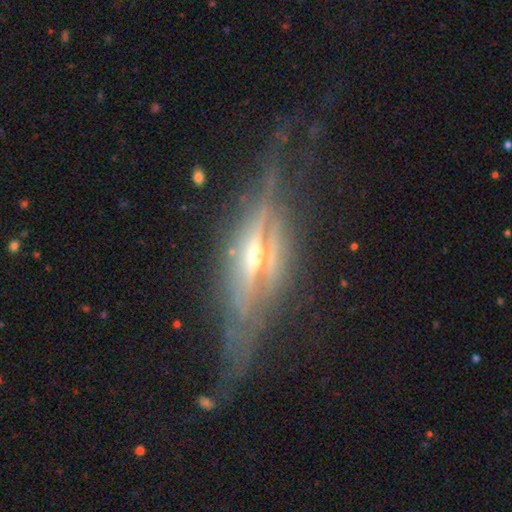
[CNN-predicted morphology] smooth-or-featured: featured or disk: 83% | smooth: 9% | star or artifact: 8%
  disk-edge-on: yes: 89% | no: 11%
    edge-on-bulge: rounded: 80% | boxy: 12% | none: 8%
  merging: none: 63% | minor disturbance: 19% | major disturbance: 15% | merger: 2%